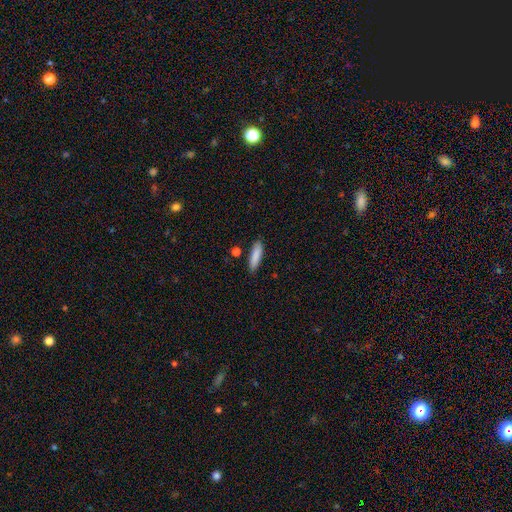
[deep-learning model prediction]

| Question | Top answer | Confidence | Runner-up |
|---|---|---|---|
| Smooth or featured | smooth | 87% | featured or disk (7%) |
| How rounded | cigar-shaped | 69% | in between (29%) |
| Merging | none | 86% | minor disturbance (10%) |